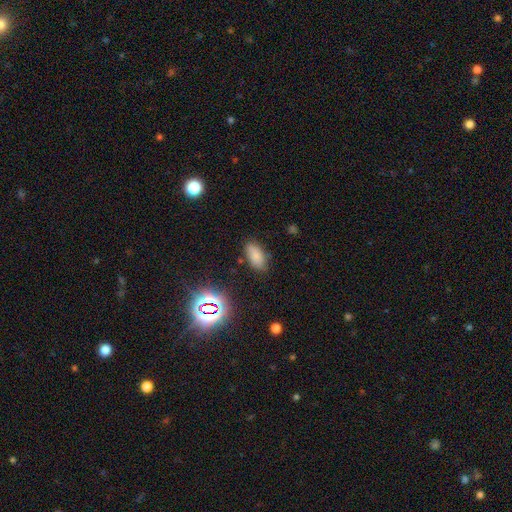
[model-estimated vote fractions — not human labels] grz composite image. It shows a smooth galaxy with no disk features (78%) that is in between round and cigar-shaped (91%). Merging: none (81%).